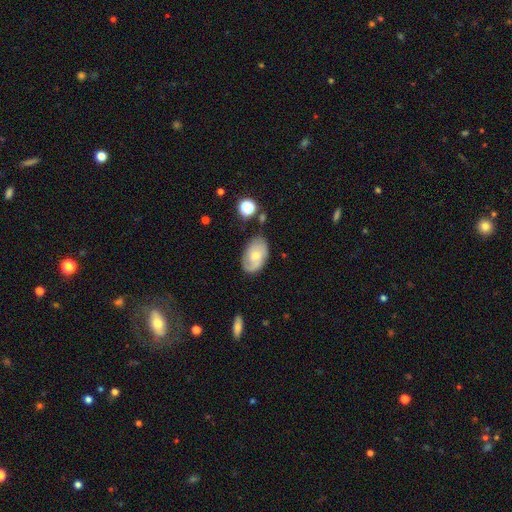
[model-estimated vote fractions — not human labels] Overall: featured or disk (54%; smooth 39%). Edge-on disk: no (95%). Bar: no (71%). Spiral arms: yes (82%). Bulge size: small (52%; moderate 40%). Merging: none (65%).